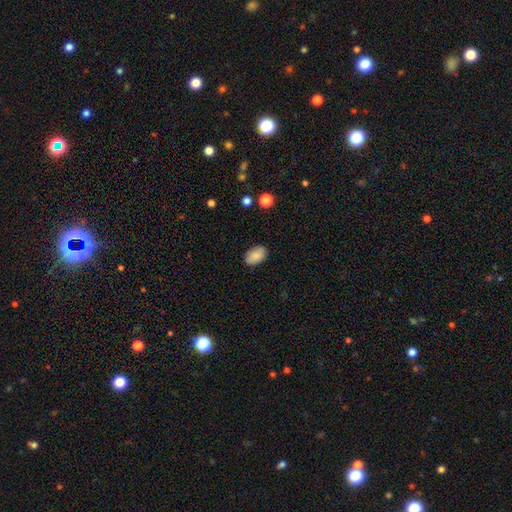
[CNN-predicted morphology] smooth-or-featured: smooth: 87% | star or artifact: 7% | featured or disk: 6%
  how-rounded: in between: 90% | round: 9% | cigar-shaped: 1%
  merging: none: 86% | minor disturbance: 11% | major disturbance: 2% | merger: 1%